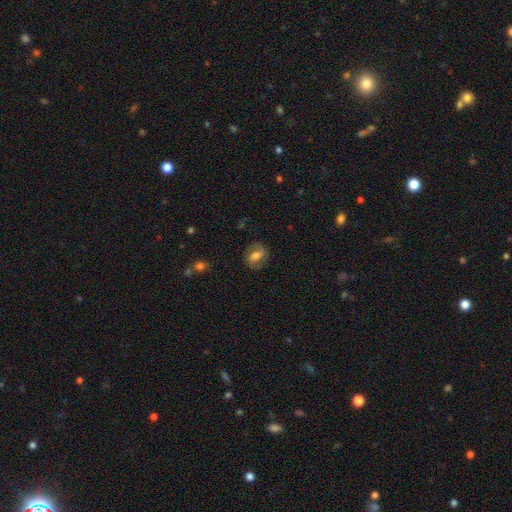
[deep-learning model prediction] Overall: smooth (46%, tied with featured or disk). Merging: none (76%).